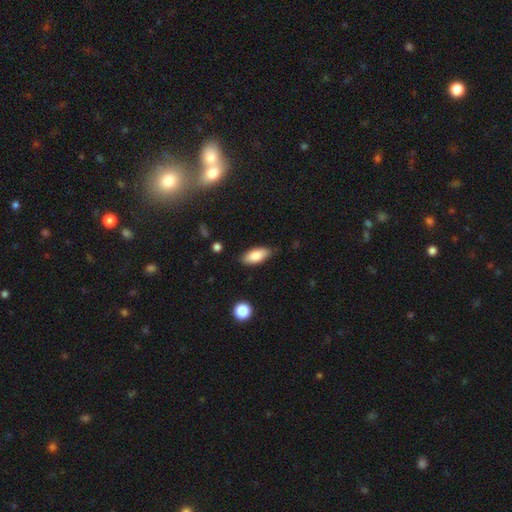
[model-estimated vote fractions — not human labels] Overall: smooth (83%). How rounded: in between (85%). Merging: none (81%).